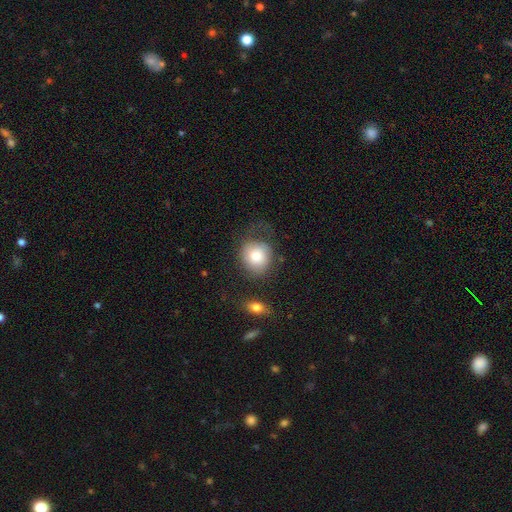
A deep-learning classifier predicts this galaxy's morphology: A smooth galaxy with no disk features (77%) that is round (81%). Merging: none (55%).